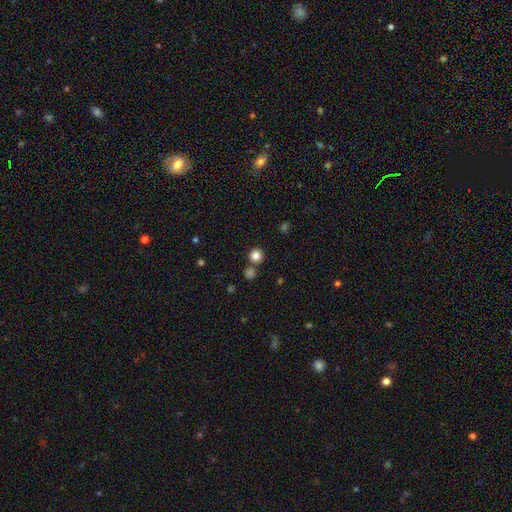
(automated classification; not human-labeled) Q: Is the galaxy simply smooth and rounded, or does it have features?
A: smooth — 83%.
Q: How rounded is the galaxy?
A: round — 94%.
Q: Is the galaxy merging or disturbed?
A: none — 79%.